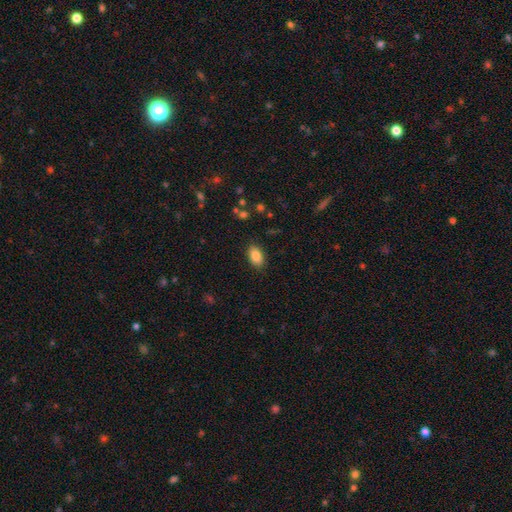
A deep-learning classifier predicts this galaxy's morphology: Smooth or featured?
  - smooth: 87% *
  - star or artifact: 8%
  - featured or disk: 6%
How rounded?
  - in between: 91% *
  - round: 7%
  - cigar-shaped: 2%
Merging?
  - none: 87% *
  - minor disturbance: 10%
  - major disturbance: 3%
  - merger: 1%